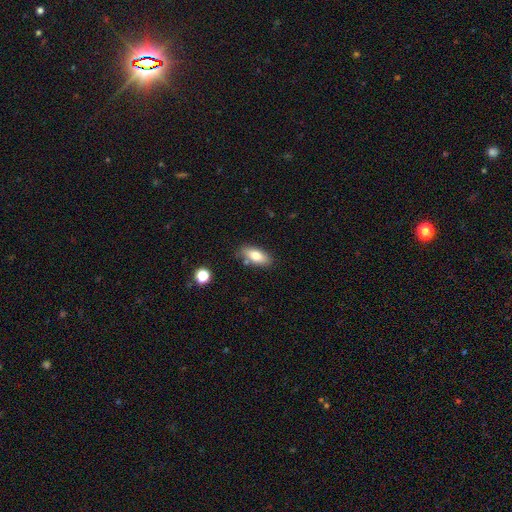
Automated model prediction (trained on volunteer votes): Morphology: type=smooth (78%); roundness=in between (82%); merging=none (78%).